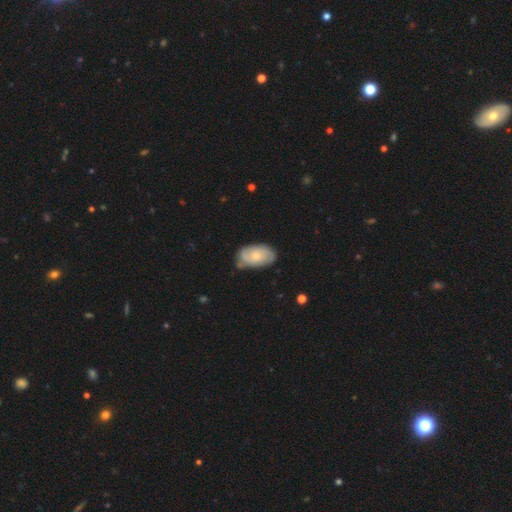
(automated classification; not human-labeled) A smooth galaxy with no disk features (48%).

Vote fractions:
- Smooth or featured? smooth: 48% / featured or disk: 47% / star or artifact: 6%
- Merging? none: 65% / minor disturbance: 26% / major disturbance: 5% / merger: 3%